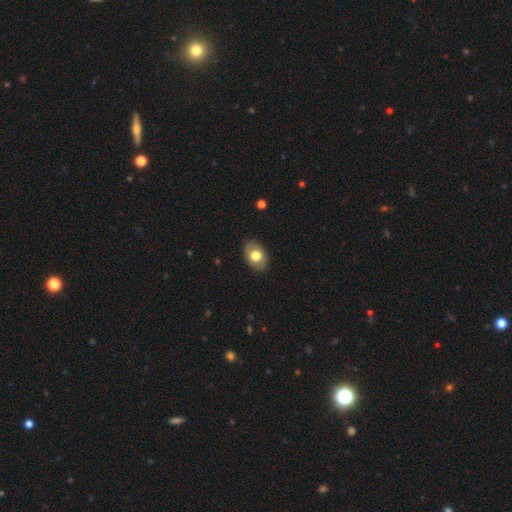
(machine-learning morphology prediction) Smooth or featured? Predicted: smooth (p=0.73). How rounded? Predicted: in between (p=0.82). Merging? Predicted: none (p=0.86).